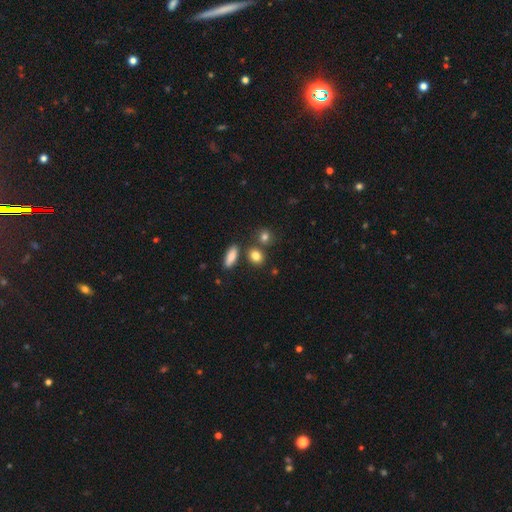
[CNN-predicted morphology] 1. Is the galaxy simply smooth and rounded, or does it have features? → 83% smooth, 11% star or artifact, 7% featured or disk.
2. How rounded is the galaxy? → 50% round, 45% in between, 5% cigar-shaped.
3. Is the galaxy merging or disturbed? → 72% none, 13% merger, 11% minor disturbance, 3% major disturbance.